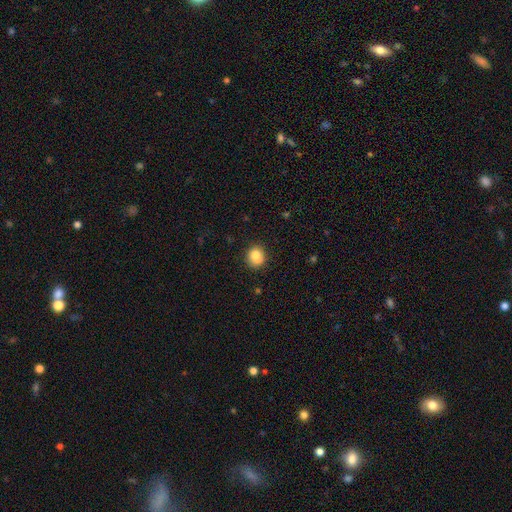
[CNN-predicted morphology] This is clearly a smooth galaxy (82%). How rounded: likely round (80%). Merging: likely none (76%).